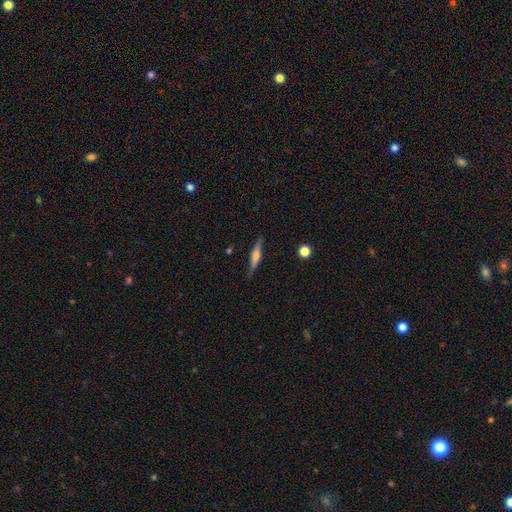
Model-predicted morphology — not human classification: A featured or disk galaxy (57%) viewed edge-on (94%) with a rounded central bulge (66%).

Vote fractions:
- Smooth or featured? featured or disk: 57% / smooth: 37% / star or artifact: 6%
- Edge-on disk? yes: 94% / no: 6%
- Edge-on bulge? rounded: 66% / boxy: 21% / none: 12%
- Merging? none: 82% / minor disturbance: 14% / major disturbance: 3% / merger: 2%